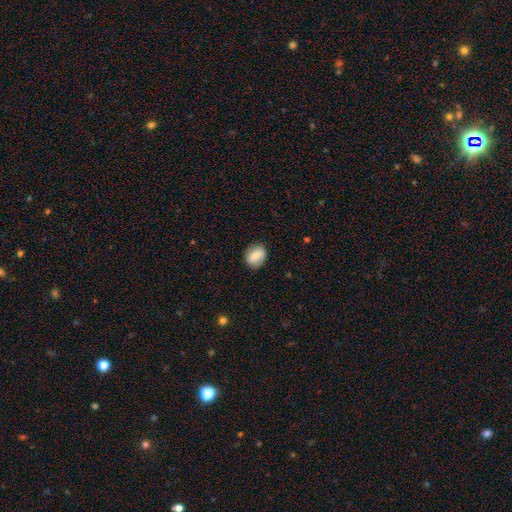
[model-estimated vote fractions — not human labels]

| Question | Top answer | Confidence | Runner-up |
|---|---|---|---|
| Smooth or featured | smooth | 76% | featured or disk (16%) |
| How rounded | in between | 52% | round (46%) |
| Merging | none | 84% | minor disturbance (12%) |